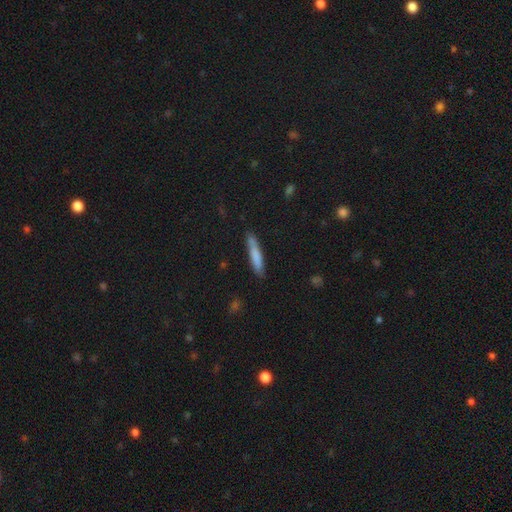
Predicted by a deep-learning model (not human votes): The model was most divided on "smooth or featured": smooth: 77%, featured or disk: 17%, star or artifact: 6%. More confident: how rounded — cigar-shaped (92%); merging — none (83%).